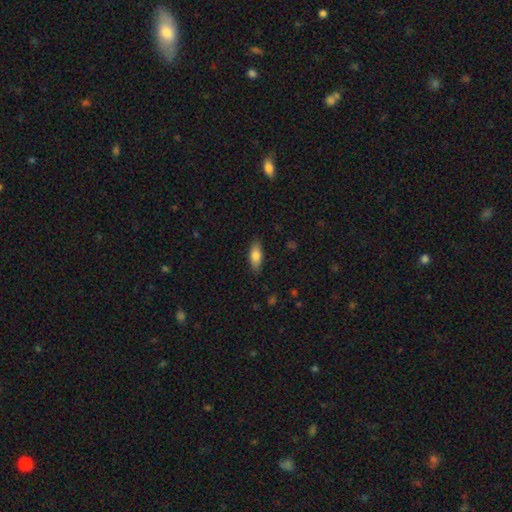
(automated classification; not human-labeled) smooth-or-featured: smooth: 78% | featured or disk: 15% | star or artifact: 7%
  how-rounded: in between: 76% | cigar-shaped: 22% | round: 3%
  merging: none: 86% | minor disturbance: 11% | major disturbance: 2% | merger: 1%